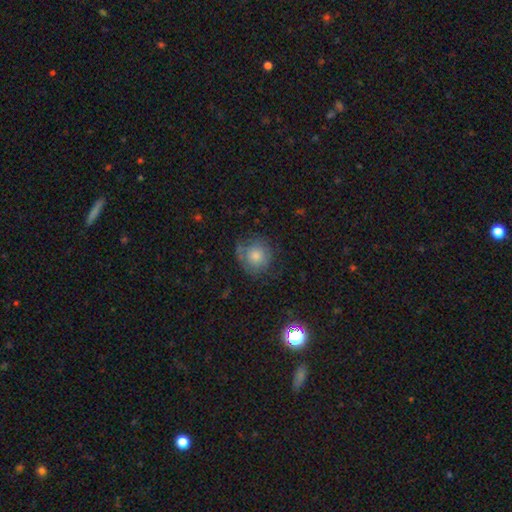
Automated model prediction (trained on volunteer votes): Smooth or featured? smooth (65%)
How rounded? round (88%)
Merging? none (67%)